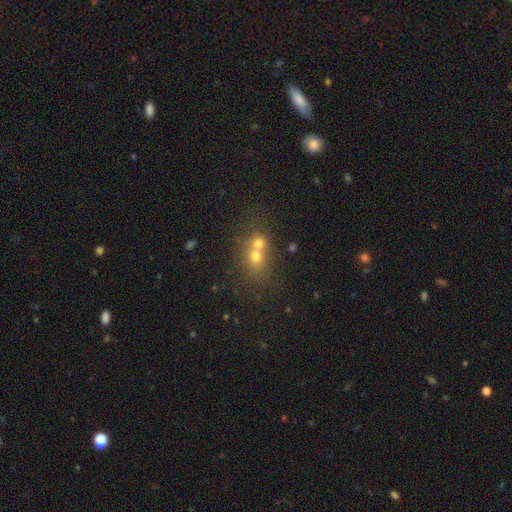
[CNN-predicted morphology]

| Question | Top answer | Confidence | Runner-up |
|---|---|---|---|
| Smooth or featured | smooth | 57% | star or artifact (22%) |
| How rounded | round | 67% | in between (31%) |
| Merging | merger | 58% | none (33%) |